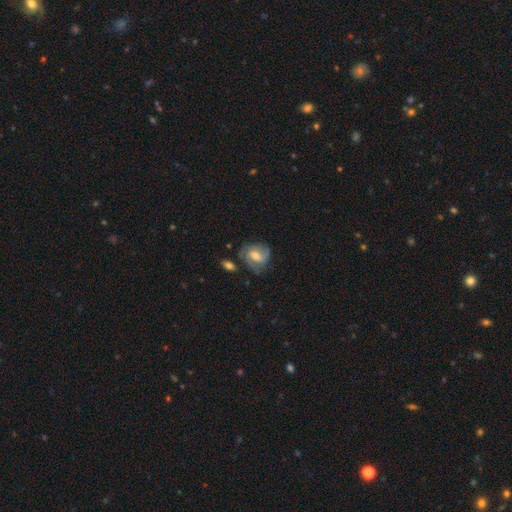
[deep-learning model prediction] smooth-or-featured: featured or disk: 62% | smooth: 31% | star or artifact: 7%
  disk-edge-on: no: 97% | yes: 3%
    bar: weak: 51% | no: 31% | strong: 18%
    has-spiral-arms: yes: 87% | no: 13%
      spiral-winding: medium: 45% | tight: 36% | loose: 19%
      spiral-arm-count: 2: 59% | can't tell: 18% | 3: 12% | 1: 6% | 4: 2% | more than 4: 2%
    bulge-size: moderate: 53% | small: 23% | large: 15% | none: 7% | dominant: 2%
  merging: none: 60% | minor disturbance: 23% | major disturbance: 11% | merger: 6%